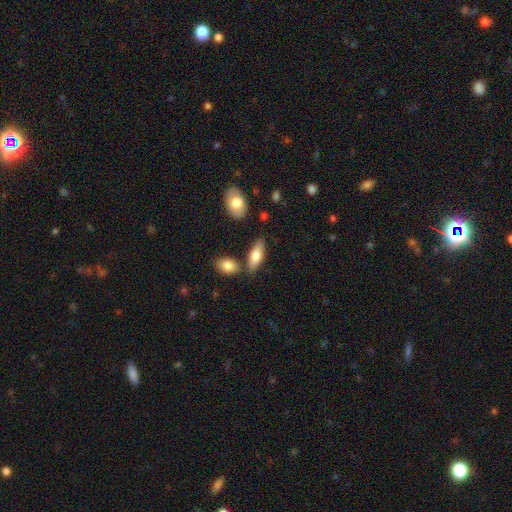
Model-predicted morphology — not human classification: Smooth or featured: smooth — 73% (featured or disk — 21%)
How rounded: in between — 71% (cigar-shaped — 26%)
Merging: none — 74% (minor disturbance — 13%)